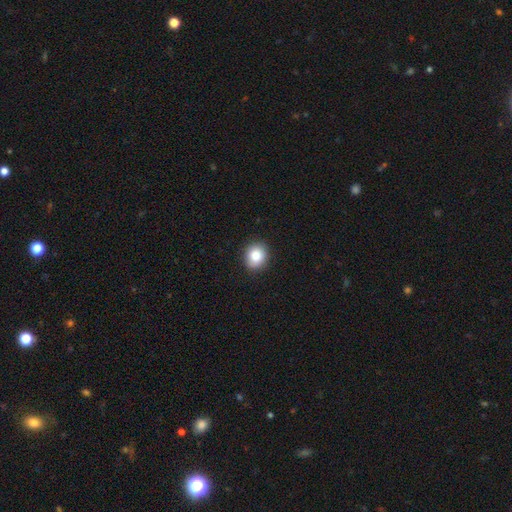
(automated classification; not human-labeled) A smooth galaxy with no disk features (86%) that is round (72%).

Vote fractions:
- Smooth or featured? smooth: 86% / star or artifact: 9% / featured or disk: 6%
- How rounded? round: 72% / in between: 27% / cigar-shaped: 1%
- Merging? none: 89% / minor disturbance: 8% / major disturbance: 2% / merger: 1%